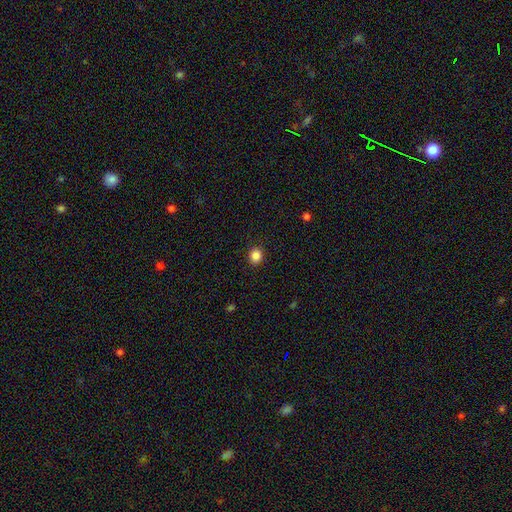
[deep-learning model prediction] Morphology: type=smooth (86%); roundness=round (84%); merging=none (91%).